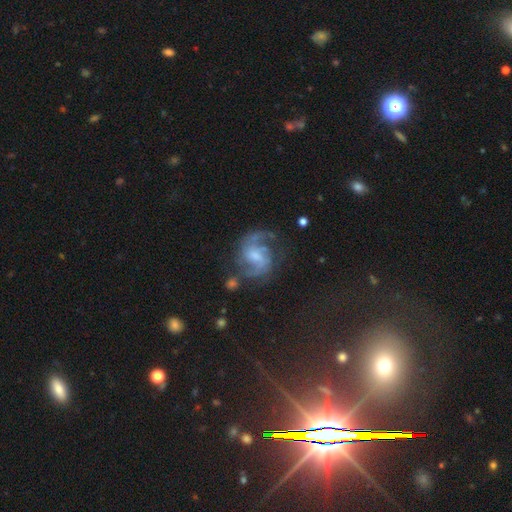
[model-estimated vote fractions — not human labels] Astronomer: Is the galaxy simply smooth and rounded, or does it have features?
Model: featured or disk — 86%.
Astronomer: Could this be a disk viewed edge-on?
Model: no — 98%.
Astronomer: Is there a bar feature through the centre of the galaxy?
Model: weak — 54% (runner-up: no, 32%).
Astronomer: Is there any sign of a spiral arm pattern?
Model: yes — 97%.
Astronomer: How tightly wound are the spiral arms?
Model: medium — 58%.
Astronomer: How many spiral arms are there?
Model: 2 — 85%.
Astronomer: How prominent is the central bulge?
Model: moderate — 42% (runner-up: small, 32%).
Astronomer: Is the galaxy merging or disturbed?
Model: none — 66%.